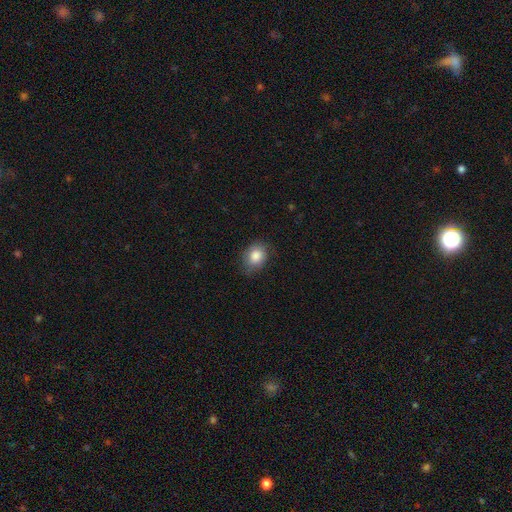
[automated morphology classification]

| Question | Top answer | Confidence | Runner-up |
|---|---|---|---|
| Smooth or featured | smooth | 83% | featured or disk (9%) |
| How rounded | in between | 61% | round (38%) |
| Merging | none | 72% | minor disturbance (22%) |